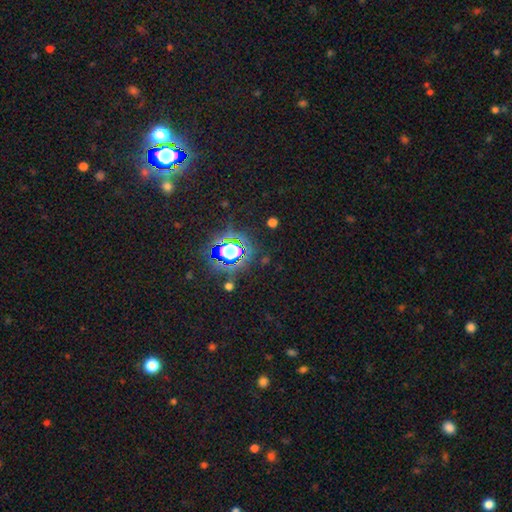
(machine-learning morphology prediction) star or artifact 82%, smooth 11%, featured or disk 7%.